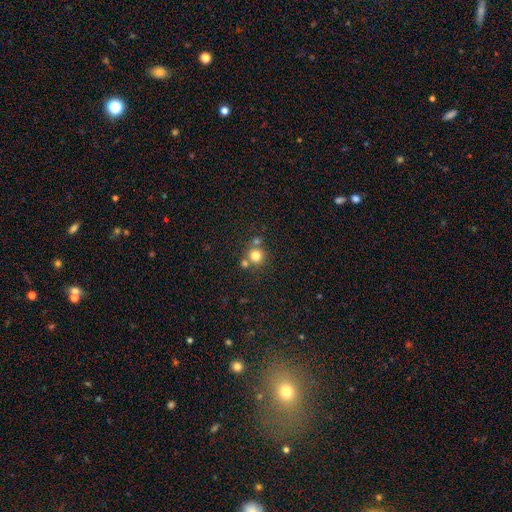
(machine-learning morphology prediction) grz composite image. It shows a smooth galaxy with no disk features (78%) that is round (91%). Merging: none (63%).